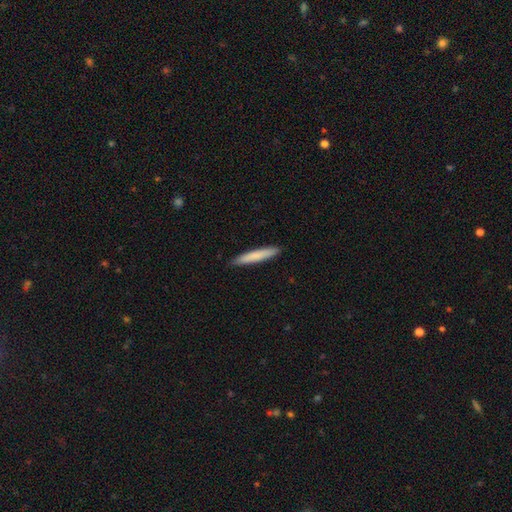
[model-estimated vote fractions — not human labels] smooth_or_featured: smooth (p=0.79) [alt: featured or disk p=0.16]
how_rounded: cigar-shaped (p=0.94) [alt: in between p=0.04]
merging: none (p=0.90) [alt: minor disturbance p=0.07]